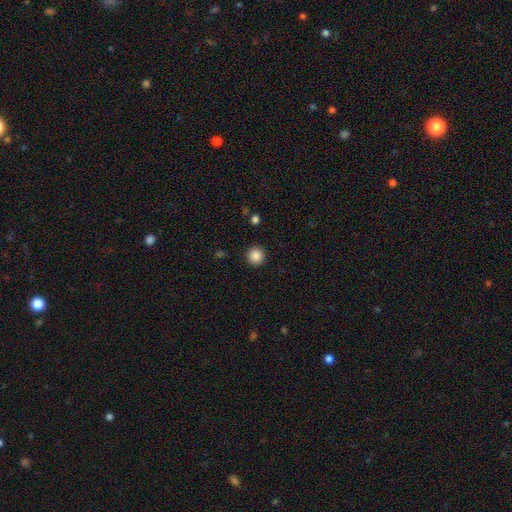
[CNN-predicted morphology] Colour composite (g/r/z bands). It shows a smooth galaxy with no disk features (87%) that is round (95%). Merging: none (92%).